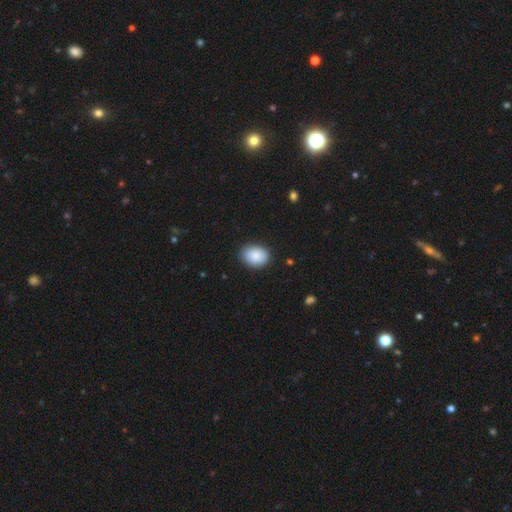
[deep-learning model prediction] Smooth or featured?
  - smooth: 89% *
  - star or artifact: 7%
  - featured or disk: 5%
How rounded?
  - in between: 71% *
  - round: 28%
  - cigar-shaped: 1%
Merging?
  - none: 87% *
  - minor disturbance: 10%
  - major disturbance: 2%
  - merger: 1%